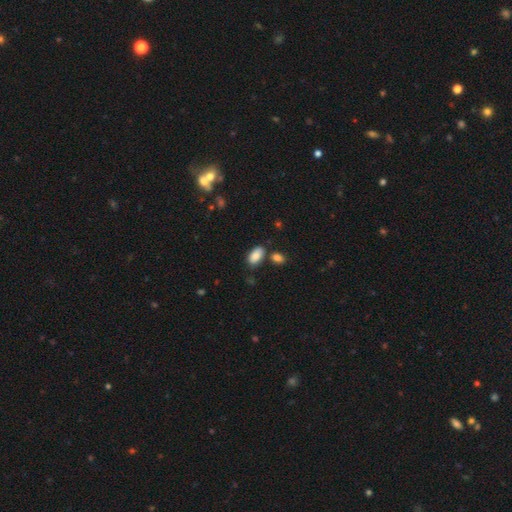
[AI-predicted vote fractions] smooth-or-featured: smooth: 86% | star or artifact: 7% | featured or disk: 7%
  how-rounded: in between: 94% | round: 4% | cigar-shaped: 2%
  merging: none: 74% | minor disturbance: 13% | merger: 9% | major disturbance: 3%